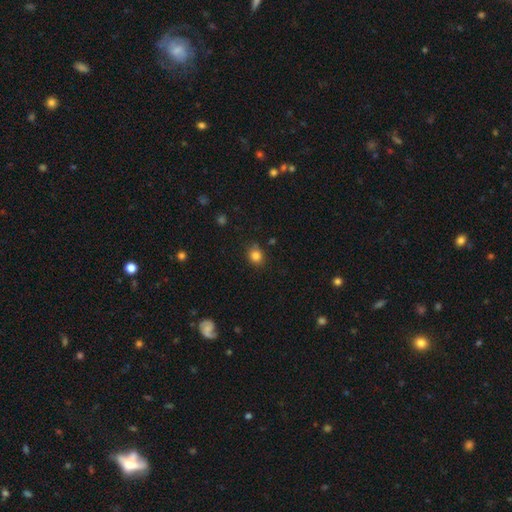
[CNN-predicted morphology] Smooth or featured? Predicted: smooth (p=0.84). How rounded? Predicted: round (p=0.67). Merging? Predicted: none (p=0.80).